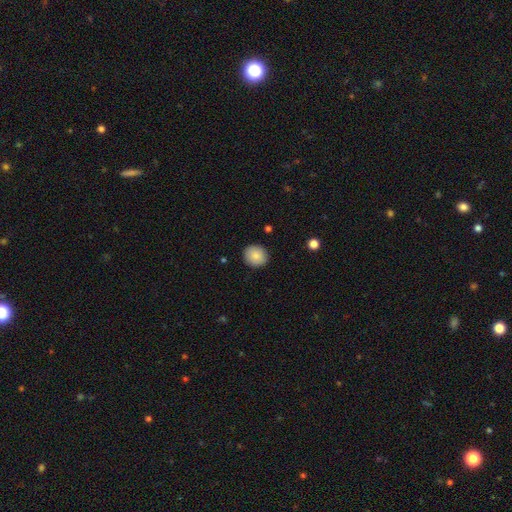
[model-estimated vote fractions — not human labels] smooth_or_featured: smooth (p=0.86) [alt: star or artifact p=0.08]
how_rounded: round (p=0.83) [alt: in between p=0.16]
merging: none (p=0.89) [alt: minor disturbance p=0.08]